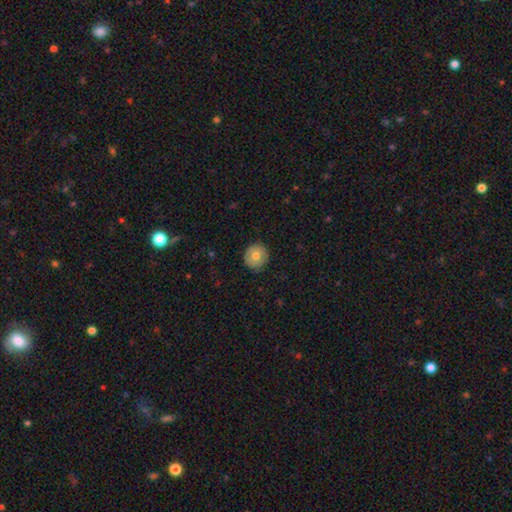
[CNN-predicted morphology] Smooth or featured? Predicted: smooth (p=0.71). How rounded? Predicted: round (p=0.91). Merging? Predicted: none (p=0.87).